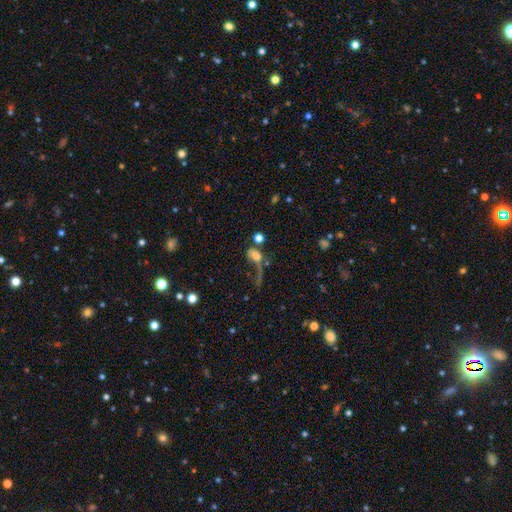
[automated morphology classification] type=smooth (55%); roundness=in between (66%); merging=major disturbance (43%).